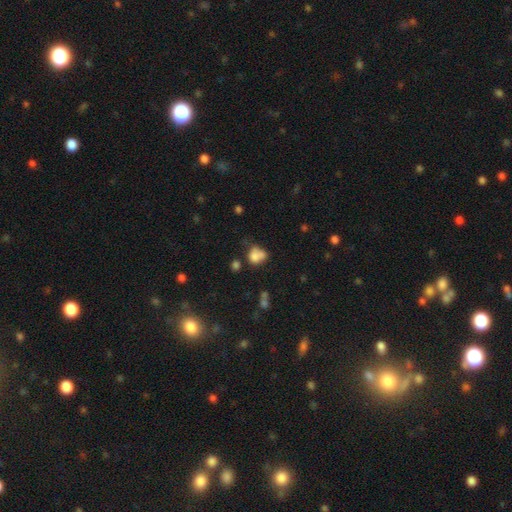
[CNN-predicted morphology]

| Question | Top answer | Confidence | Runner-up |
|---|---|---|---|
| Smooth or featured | smooth | 73% | featured or disk (14%) |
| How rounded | round | 52% | in between (46%) |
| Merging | none | 31% | merger (30%) |